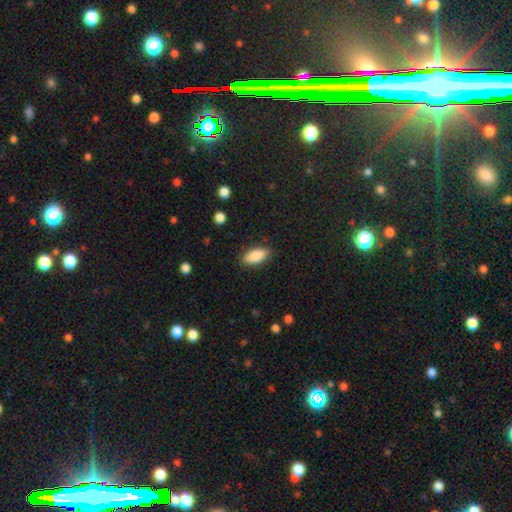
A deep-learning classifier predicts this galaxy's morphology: A smooth galaxy with no disk features (86%) that is in between round and cigar-shaped (84%).

Vote fractions:
- Smooth or featured? smooth: 86% / featured or disk: 7% / star or artifact: 7%
- How rounded? in between: 84% / cigar-shaped: 13% / round: 2%
- Merging? none: 86% / minor disturbance: 10% / major disturbance: 3% / merger: 1%